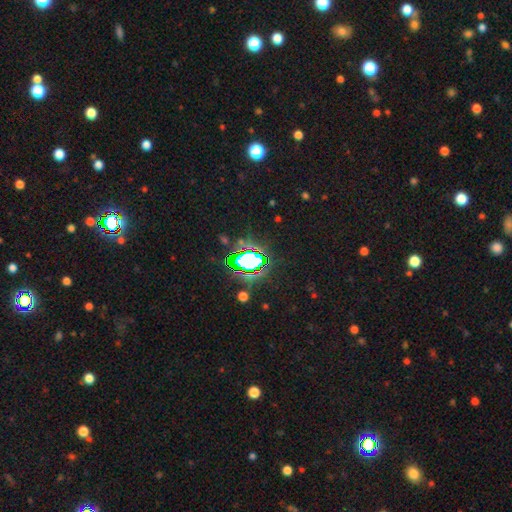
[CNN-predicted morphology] smooth_or_featured: star or artifact (p=0.74) [alt: smooth p=0.16]